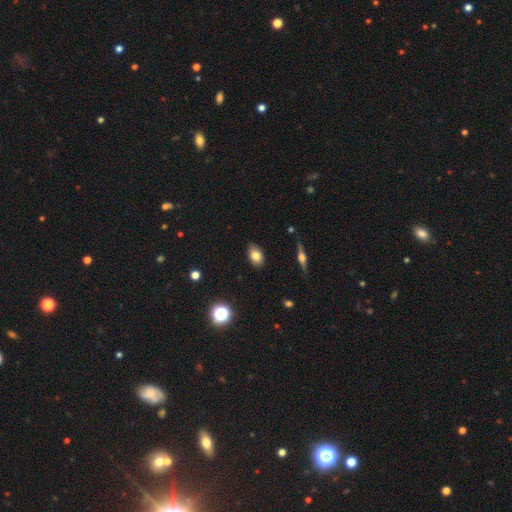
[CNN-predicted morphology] A smooth galaxy with no disk features (77%) that is in between round and cigar-shaped (86%).

Vote fractions:
- Smooth or featured? smooth: 77% / featured or disk: 13% / star or artifact: 9%
- How rounded? in between: 86% / round: 12% / cigar-shaped: 2%
- Merging? none: 87% / minor disturbance: 10% / major disturbance: 2% / merger: 1%